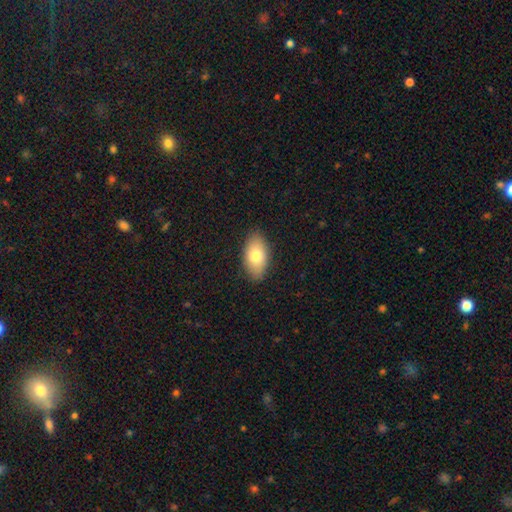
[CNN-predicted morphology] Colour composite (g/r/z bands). It shows a smooth galaxy with no disk features (76%) that is in between round and cigar-shaped (92%). Merging: none (86%).